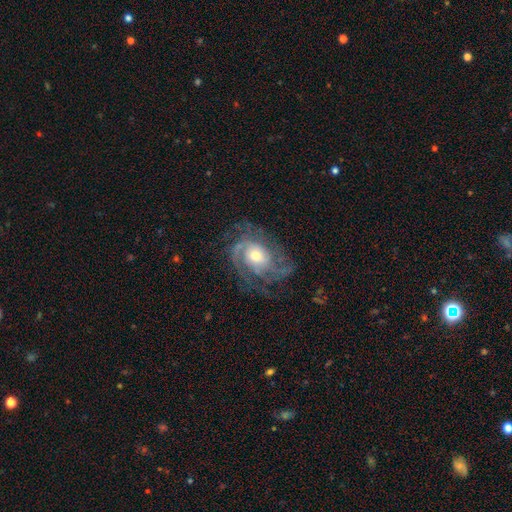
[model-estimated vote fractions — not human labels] smooth_or_featured: featured or disk (p=0.88) [alt: smooth p=0.07]
disk_edge_on: no (p=0.97) [alt: yes p=0.03]
bar: no (p=0.70) [alt: weak p=0.25]
has_spiral_arms: yes (p=0.96) [alt: no p=0.04]
spiral_winding: tight (p=0.50) [alt: medium p=0.40]
spiral_arm_count: 3 (p=0.31) [alt: can't tell p=0.22]
bulge_size: moderate (p=0.64) [alt: small p=0.19]
merging: none (p=0.69) [alt: minor disturbance p=0.18]